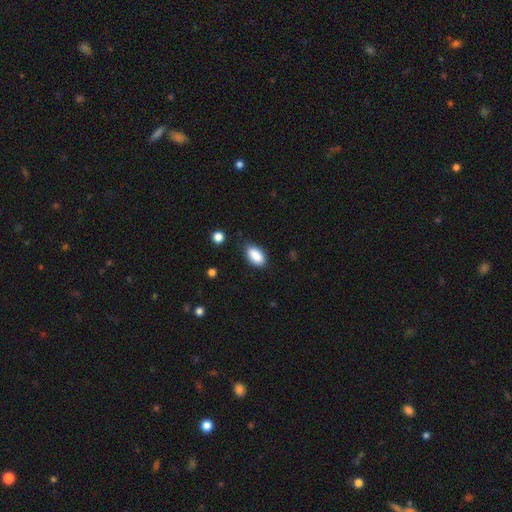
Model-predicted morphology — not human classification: Smooth or featured? smooth (88%)
How rounded? in between (92%)
Merging? none (77%)